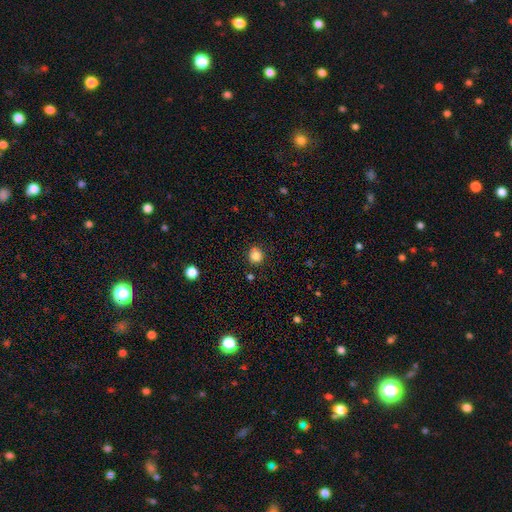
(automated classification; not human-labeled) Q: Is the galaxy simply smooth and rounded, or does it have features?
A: smooth — 83%.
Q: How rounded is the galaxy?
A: round — 90%.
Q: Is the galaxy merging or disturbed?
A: none — 84%.